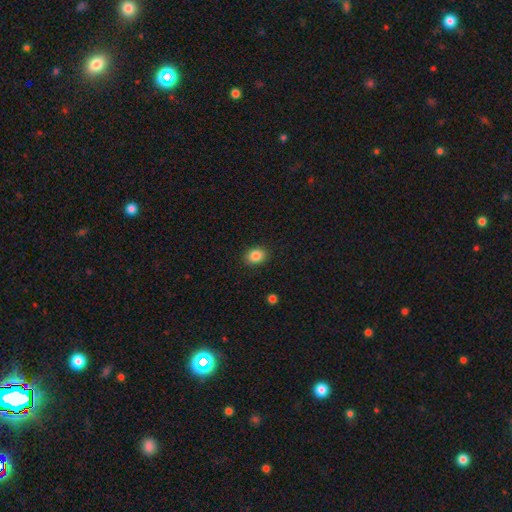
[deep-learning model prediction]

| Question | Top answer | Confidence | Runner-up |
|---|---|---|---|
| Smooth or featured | smooth | 86% | star or artifact (9%) |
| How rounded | in between | 51% | round (48%) |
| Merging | none | 89% | minor disturbance (8%) |